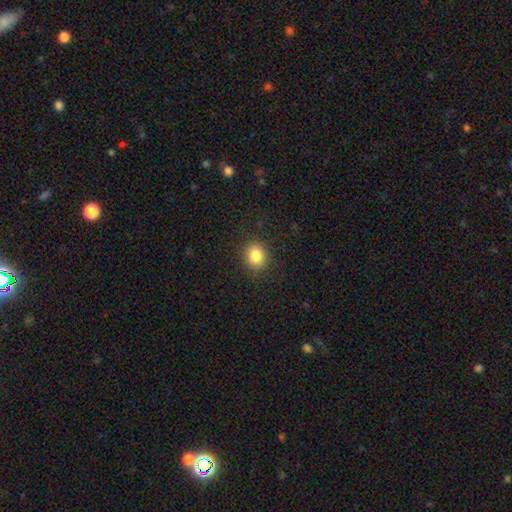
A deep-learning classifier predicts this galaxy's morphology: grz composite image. It shows a smooth galaxy with no disk features (84%) that is round (73%). Merging: none (89%).